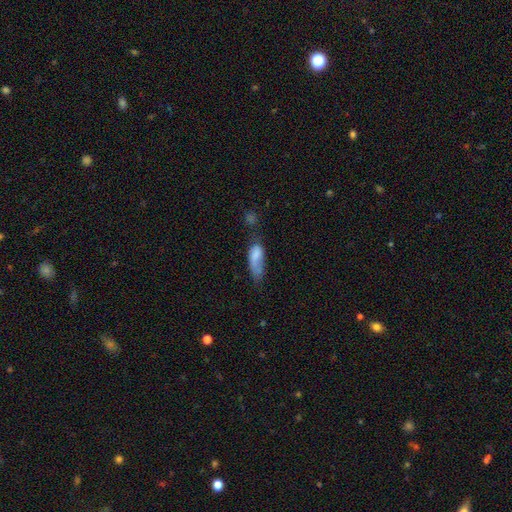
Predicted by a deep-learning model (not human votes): Smooth or featured? smooth (74%)
How rounded? in between (76%)
Merging? major disturbance (31%)